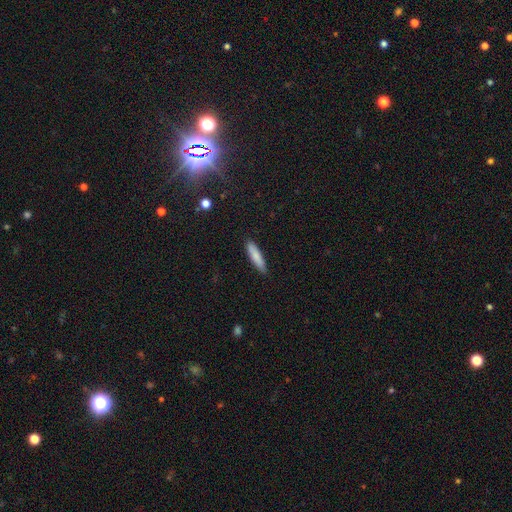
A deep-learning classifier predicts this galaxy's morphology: Q: Smooth or featured?
A: smooth (82%); runner-up: featured or disk (12%)
Q: How rounded?
A: cigar-shaped (78%); runner-up: in between (21%)
Q: Merging?
A: none (87%); runner-up: minor disturbance (10%)